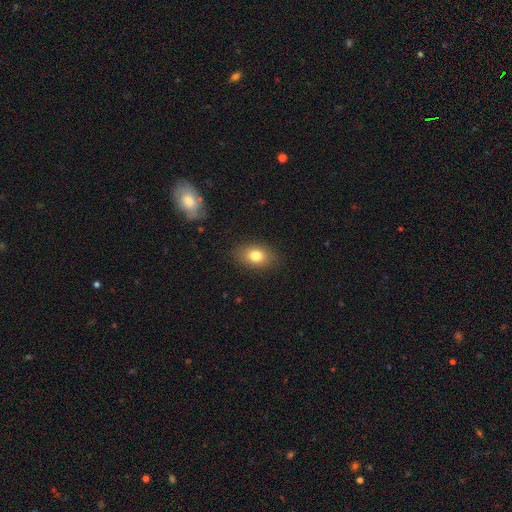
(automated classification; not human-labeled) smooth-or-featured: smooth: 80% | featured or disk: 11% | star or artifact: 9%
  how-rounded: in between: 79% | round: 20% | cigar-shaped: 1%
  merging: none: 86% | minor disturbance: 10% | major disturbance: 3% | merger: 1%